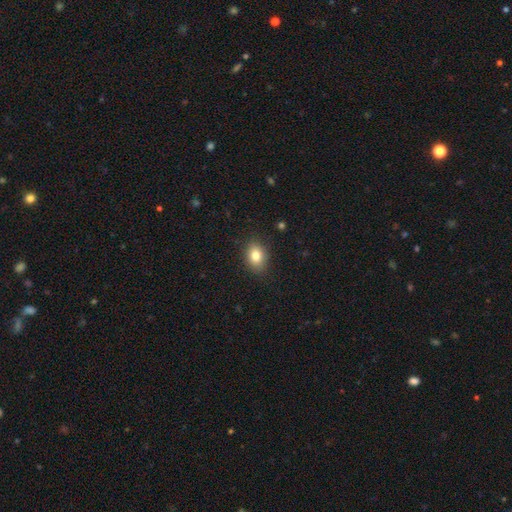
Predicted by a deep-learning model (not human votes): The model was most divided on "how rounded": in between: 70%, round: 29%, cigar-shaped: 1%. More confident: merging — none (86%); smooth or featured — smooth (82%).